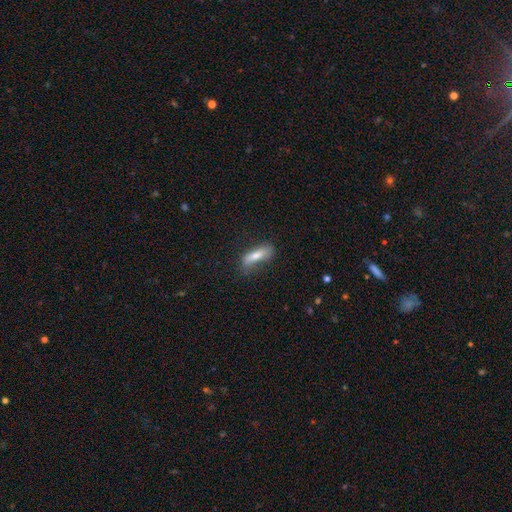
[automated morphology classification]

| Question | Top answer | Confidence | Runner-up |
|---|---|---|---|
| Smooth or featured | smooth | 67% | featured or disk (25%) |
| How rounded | cigar-shaped | 57% | in between (41%) |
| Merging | none | 66% | minor disturbance (24%) |